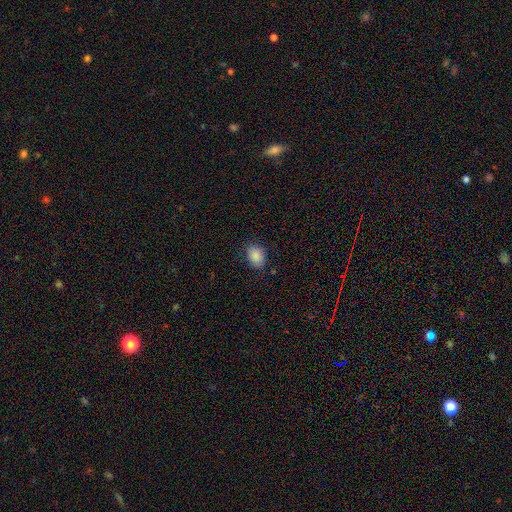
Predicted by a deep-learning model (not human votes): Q: Smooth or featured?
A: smooth (88%); runner-up: star or artifact (8%)
Q: How rounded?
A: in between (70%); runner-up: round (29%)
Q: Merging?
A: none (81%); runner-up: minor disturbance (14%)